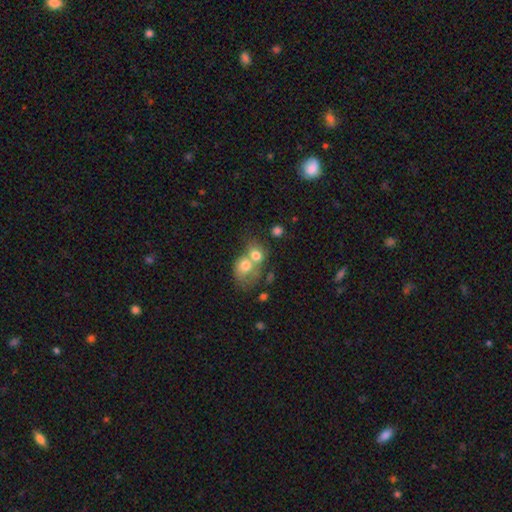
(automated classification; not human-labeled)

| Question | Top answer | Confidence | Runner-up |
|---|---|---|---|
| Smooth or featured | smooth | 71% | featured or disk (19%) |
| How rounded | round | 56% | in between (43%) |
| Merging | merger | 70% | none (18%) |